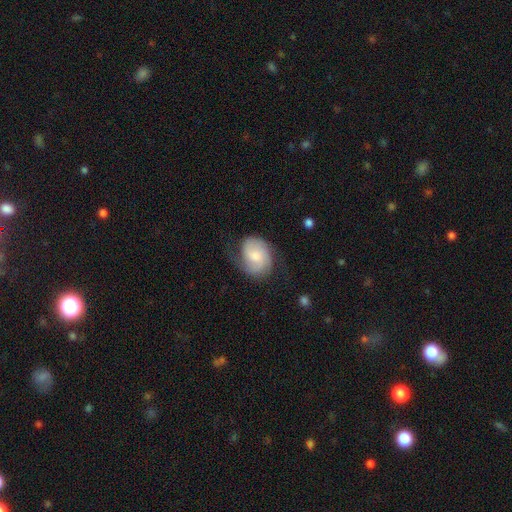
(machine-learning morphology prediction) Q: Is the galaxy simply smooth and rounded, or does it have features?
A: featured or disk — 56%.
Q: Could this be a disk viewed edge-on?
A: no — 97%.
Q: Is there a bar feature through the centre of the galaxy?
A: no — 62%.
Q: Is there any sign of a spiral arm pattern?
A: yes — 91%.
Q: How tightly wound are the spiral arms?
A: medium — 44%.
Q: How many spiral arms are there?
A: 2 — 53%.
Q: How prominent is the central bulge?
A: moderate — 47%.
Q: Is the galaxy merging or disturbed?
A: none — 59%.